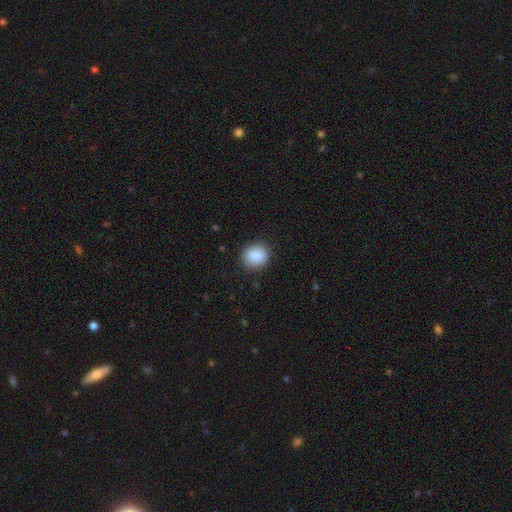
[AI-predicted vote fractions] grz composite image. It shows a smooth galaxy with no disk features (89%) that is round (66%). Merging: none (88%).